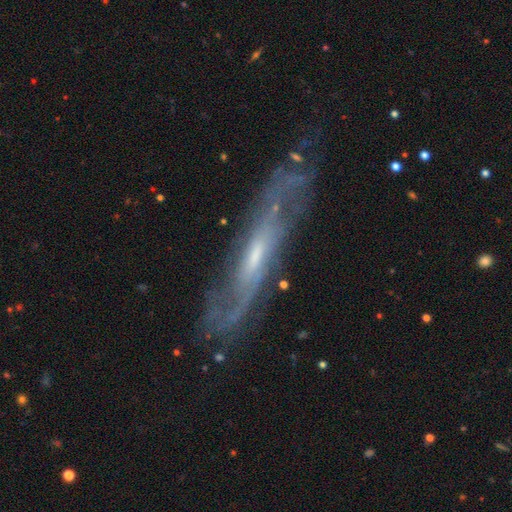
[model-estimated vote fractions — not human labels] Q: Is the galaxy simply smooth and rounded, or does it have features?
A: featured or disk — 79%.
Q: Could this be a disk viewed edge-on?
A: no — 57%.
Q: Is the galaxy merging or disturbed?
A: none — 69%.